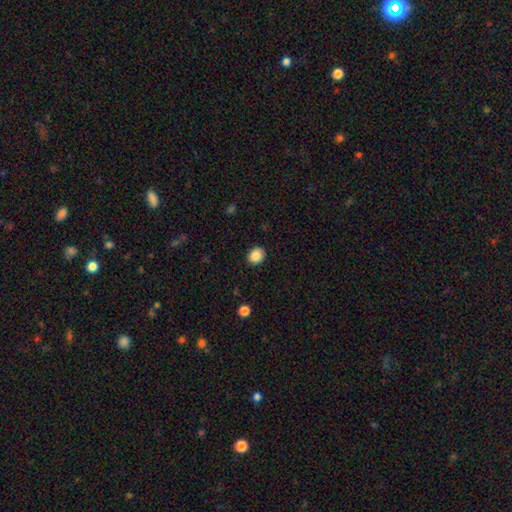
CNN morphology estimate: type=smooth (87%); roundness=round (59%); merging=none (90%).